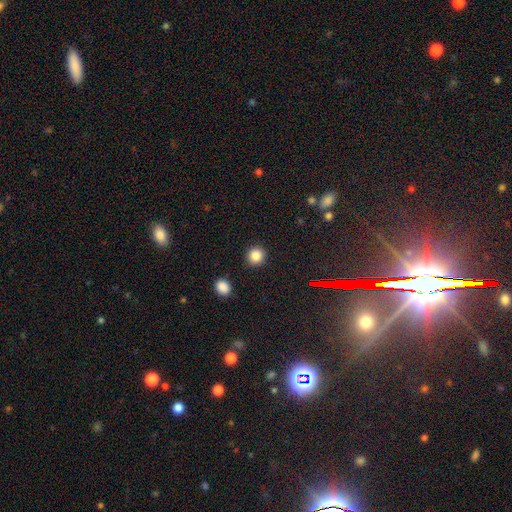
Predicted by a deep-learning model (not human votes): smooth-or-featured: smooth: 85% | star or artifact: 11% | featured or disk: 4%
  how-rounded: round: 91% | in between: 8% | cigar-shaped: 1%
  merging: none: 91% | minor disturbance: 5% | major disturbance: 2% | merger: 2%